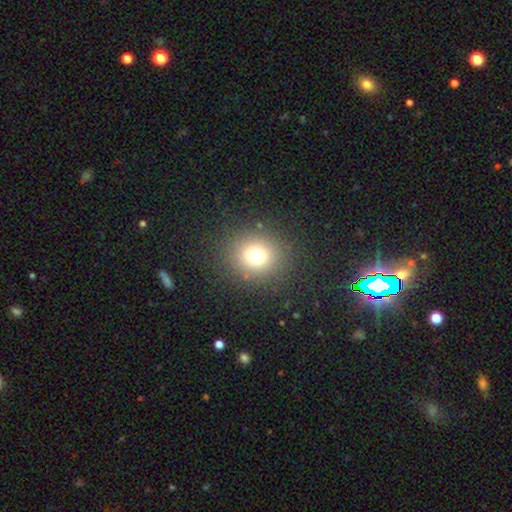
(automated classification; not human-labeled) The model was most divided on "smooth or featured": smooth: 72%, star or artifact: 19%, featured or disk: 10%. More confident: merging — none (86%); how rounded — round (86%).